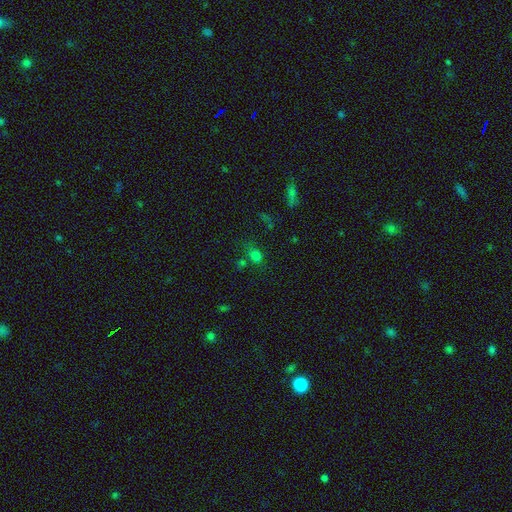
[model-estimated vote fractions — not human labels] A smooth galaxy with no disk features (69%) that is in between round and cigar-shaped (52%).

Vote fractions:
- Smooth or featured? smooth: 69% / star or artifact: 24% / featured or disk: 7%
- How rounded? in between: 52% / round: 45% / cigar-shaped: 3%
- Merging? none: 61% / minor disturbance: 16% / merger: 15% / major disturbance: 8%